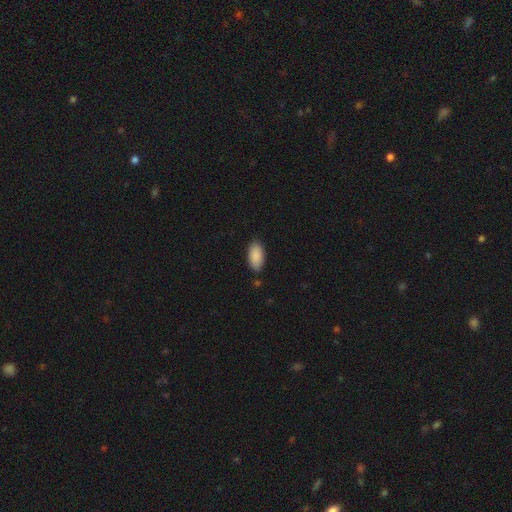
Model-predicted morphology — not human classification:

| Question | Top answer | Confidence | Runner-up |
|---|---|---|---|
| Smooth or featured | smooth | 89% | star or artifact (6%) |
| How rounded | in between | 94% | cigar-shaped (4%) |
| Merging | none | 85% | minor disturbance (11%) |